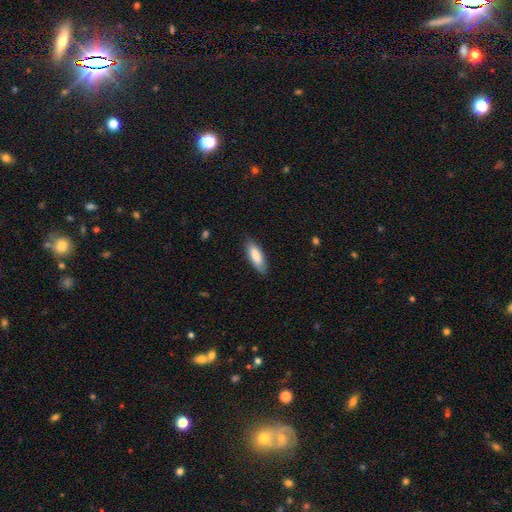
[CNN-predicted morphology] The model was most divided on "how rounded": in between: 69%, cigar-shaped: 30%, round: 2%. More confident: merging — none (84%); smooth or featured — smooth (84%).